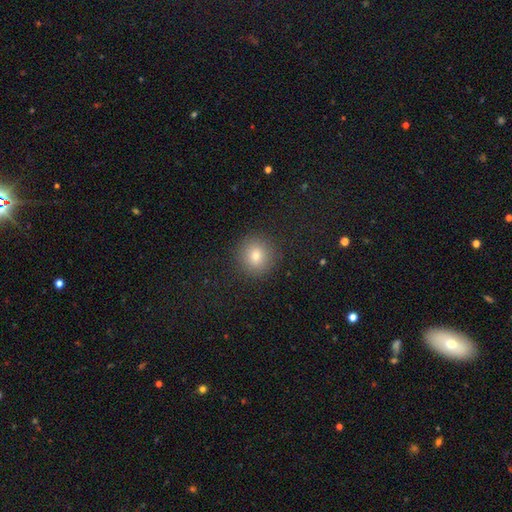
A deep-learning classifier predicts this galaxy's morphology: smooth_or_featured: smooth (p=0.77) [alt: star or artifact p=0.15]
how_rounded: round (p=0.92) [alt: in between p=0.07]
merging: none (p=0.91) [alt: minor disturbance p=0.05]